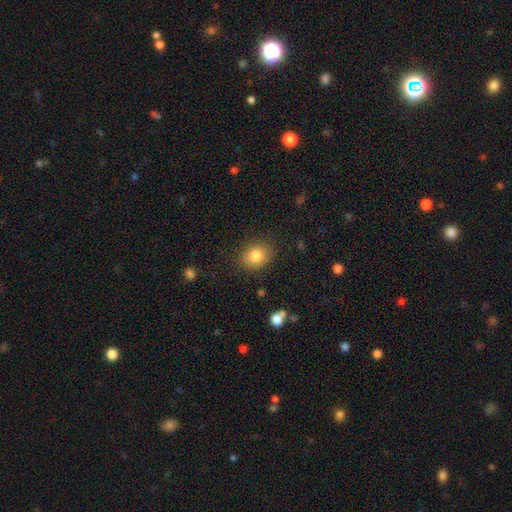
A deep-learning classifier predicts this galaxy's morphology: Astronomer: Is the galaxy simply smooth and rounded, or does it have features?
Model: smooth — 83%.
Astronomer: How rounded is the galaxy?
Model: round — 51% (runner-up: in between, 48%).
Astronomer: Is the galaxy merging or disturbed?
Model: none — 85%.